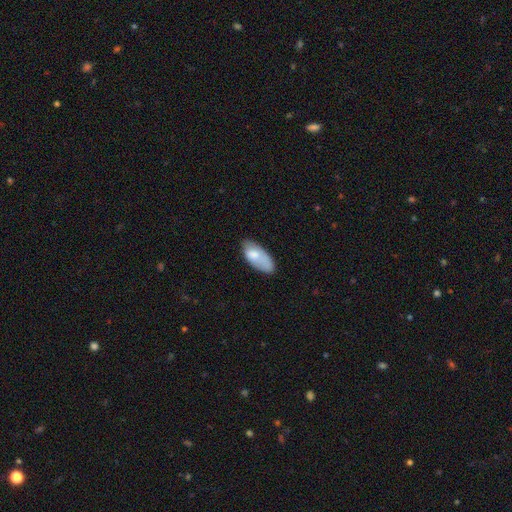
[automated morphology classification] Smooth or featured? smooth (76%)
How rounded? in between (92%)
Merging? none (53%)